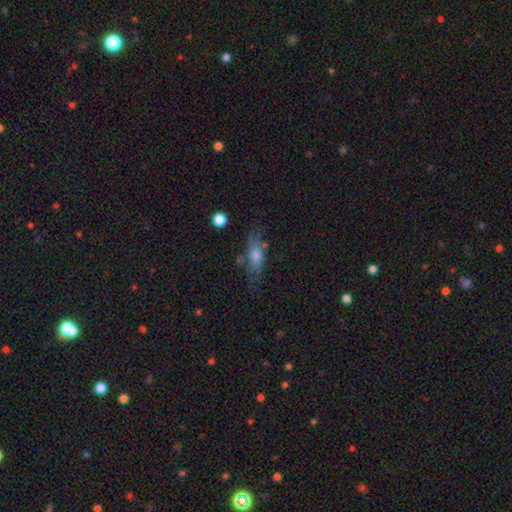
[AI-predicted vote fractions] Smooth or featured? smooth (57%)
How rounded? in between (59%)
Merging? none (59%)